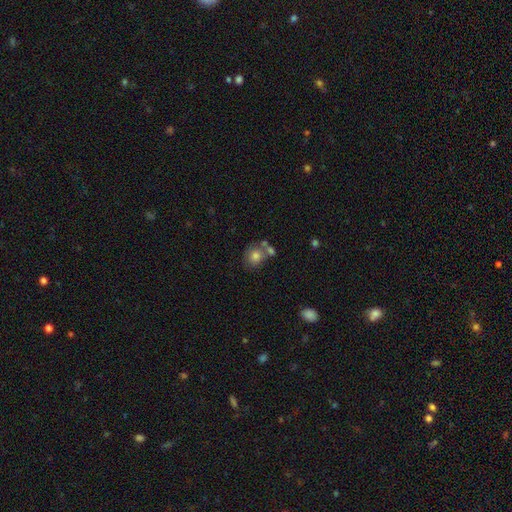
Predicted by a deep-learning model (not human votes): smooth 76%, featured or disk 14%, star or artifact 10%. Down the decision tree: how rounded — round (72%); merging — none (51%).